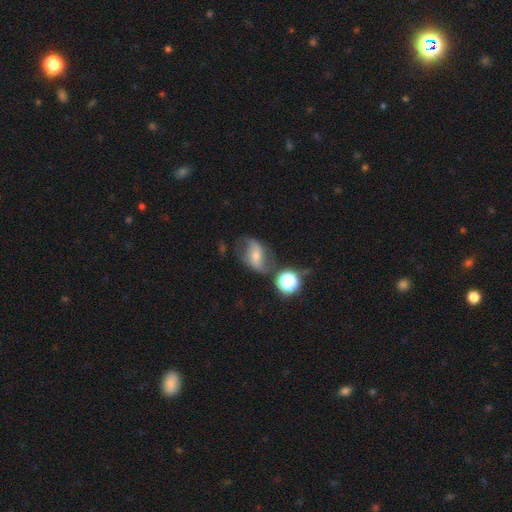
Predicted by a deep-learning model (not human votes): Smooth or featured? featured or disk (57%)
Edge-on disk? no (94%)
Bar? no (36%)
Spiral arms? yes (83%)
Bulge size? small (50%)
Merging? none (54%)